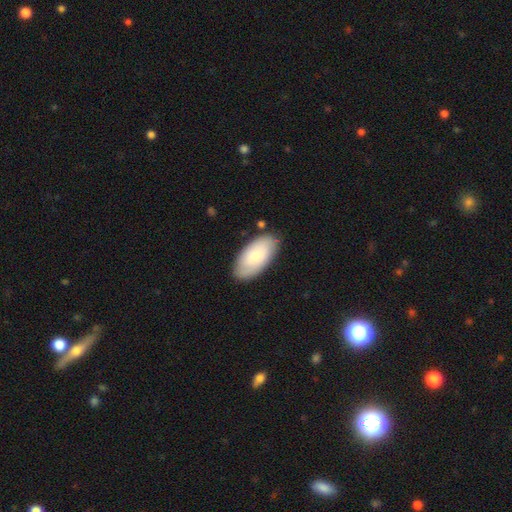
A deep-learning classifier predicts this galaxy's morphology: smooth-or-featured: smooth: 70% | featured or disk: 24% | star or artifact: 5%
  how-rounded: in between: 95% | cigar-shaped: 3% | round: 2%
  merging: none: 82% | minor disturbance: 13% | major disturbance: 3% | merger: 2%